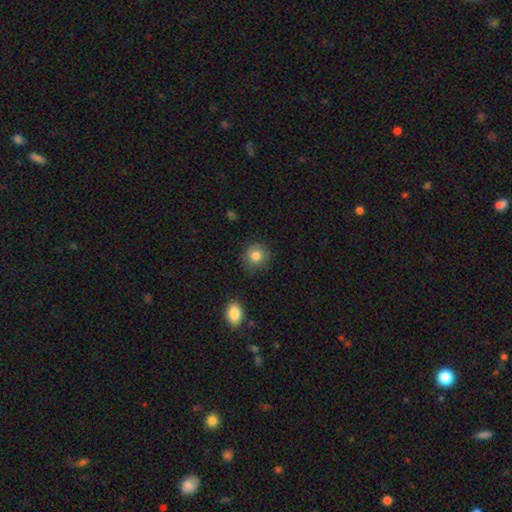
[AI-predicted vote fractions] Morphology: type=smooth (83%); roundness=round (88%); merging=none (83%).